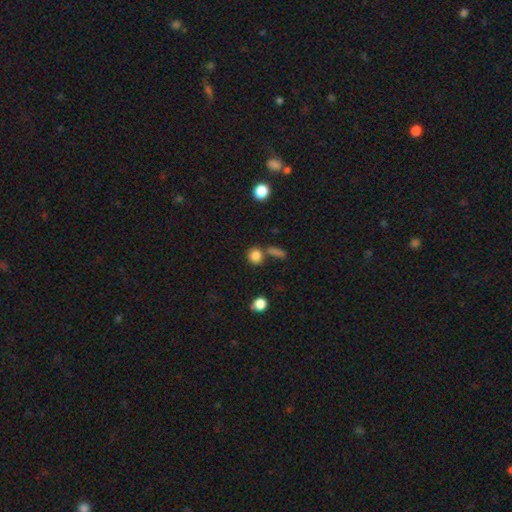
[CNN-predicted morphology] The model was most divided on "merging": none: 66%, merger: 20%, minor disturbance: 10%, major disturbance: 4%. More confident: how rounded — round (85%); smooth or featured — smooth (83%).